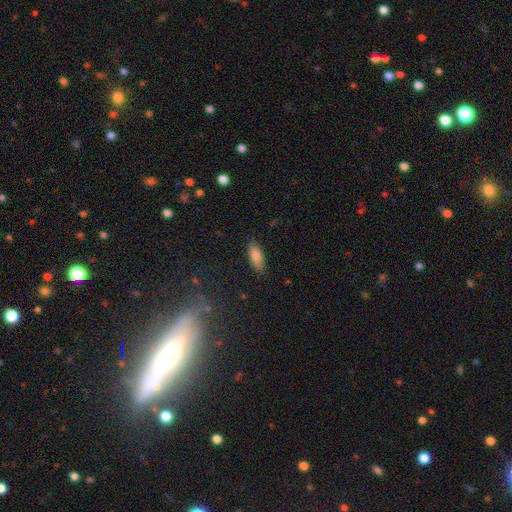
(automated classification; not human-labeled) Overall: smooth (83%). How rounded: in between (81%). Merging: none (83%).